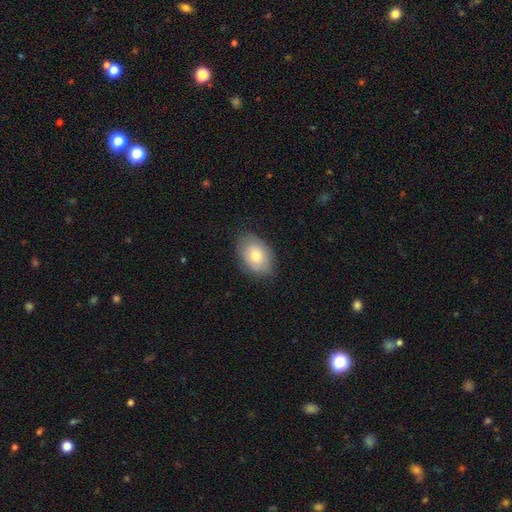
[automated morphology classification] A smooth galaxy with no disk features (74%) that is in between round and cigar-shaped (85%). Merging: none (81%).